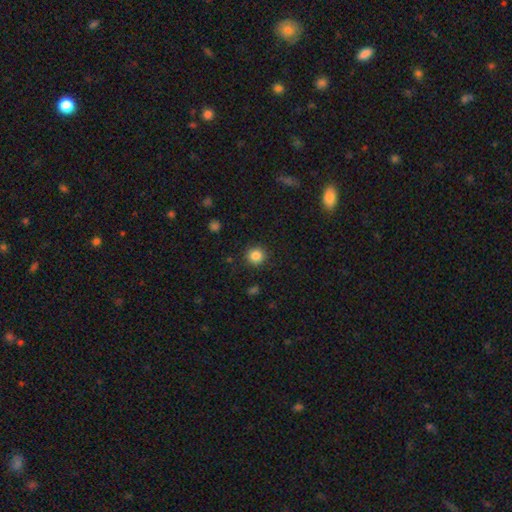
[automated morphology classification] Smooth or featured? smooth (85%)
How rounded? round (93%)
Merging? none (91%)